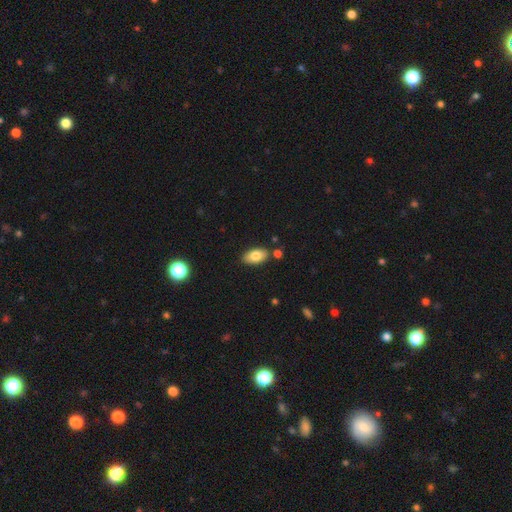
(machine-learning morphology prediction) A smooth galaxy with no disk features (80%) that is in between round and cigar-shaped (93%). Merging: none (81%).